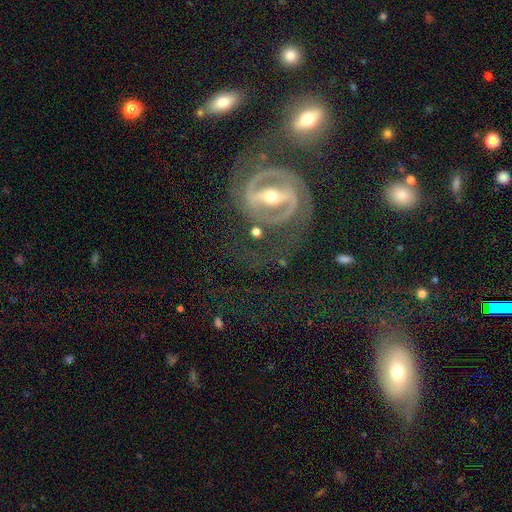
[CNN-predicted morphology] Smooth or featured?
  - featured or disk: 84% *
  - star or artifact: 9%
  - smooth: 8%
Edge-on disk?
  - no: 95% *
  - yes: 5%
Bar?
  - strong: 48% *
  - weak: 35%
  - no: 17%
Spiral arms?
  - yes: 91% *
  - no: 9%
Spiral winding?
  - medium: 47% *
  - tight: 39%
  - loose: 14%
Spiral arm count?
  - 2: 72% *
  - can't tell: 11%
  - 3: 7%
  - 1: 4%
  - 4: 3%
  - more than 4: 3%
Bulge size?
  - moderate: 58% *
  - small: 34%
  - large: 5%
  - none: 2%
  - dominant: 1%
Merging?
  - none: 58% *
  - major disturbance: 19%
  - minor disturbance: 17%
  - merger: 7%